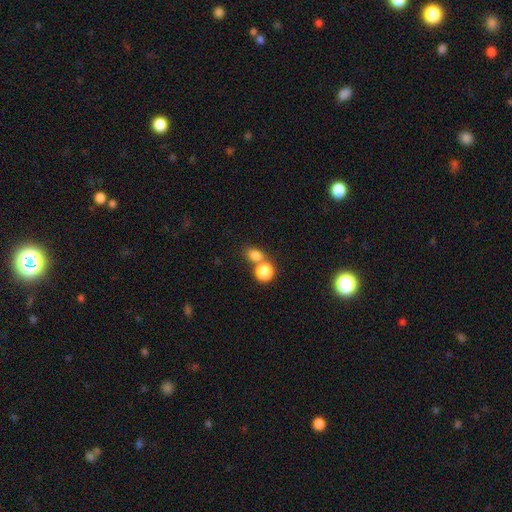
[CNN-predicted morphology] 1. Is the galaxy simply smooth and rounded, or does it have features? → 80% smooth, 13% star or artifact, 8% featured or disk.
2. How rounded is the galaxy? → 54% round, 45% in between, 1% cigar-shaped.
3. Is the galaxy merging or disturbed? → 46% none, 42% merger, 8% minor disturbance, 4% major disturbance.